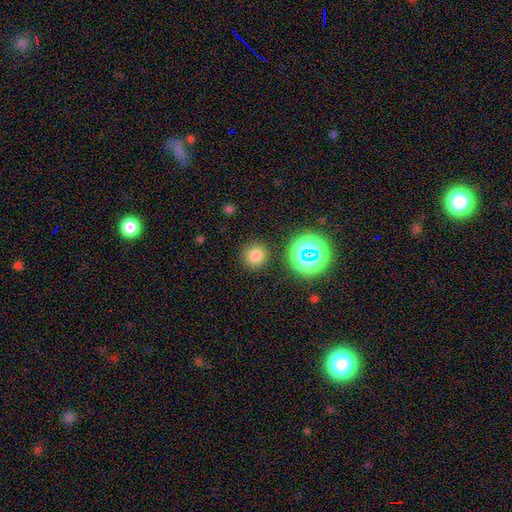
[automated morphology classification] This appears to be a smooth galaxy with no disk features (75%) that is round (92%). Merging: none (87%).